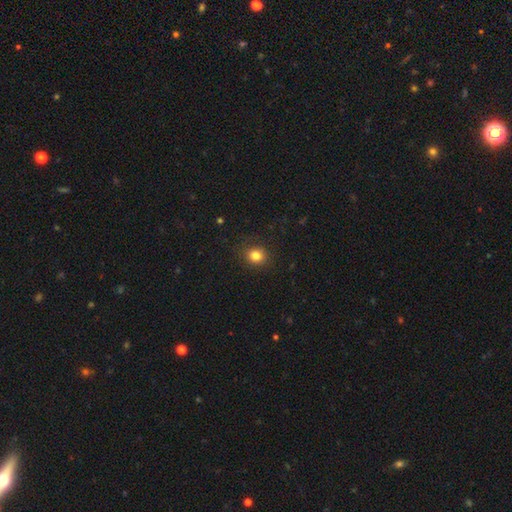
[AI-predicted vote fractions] This is clearly a smooth galaxy (83%). How rounded: likely round (79%). Merging: clearly none (88%).